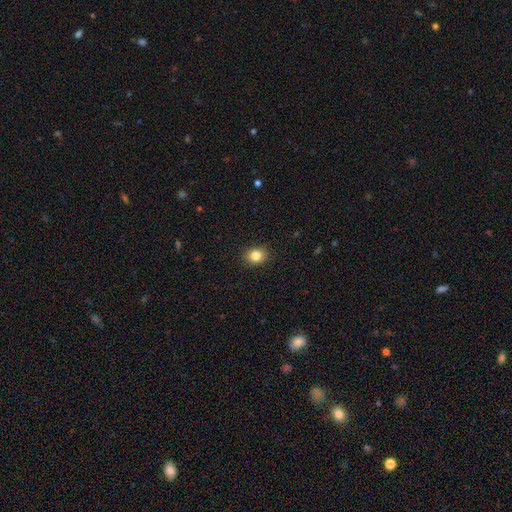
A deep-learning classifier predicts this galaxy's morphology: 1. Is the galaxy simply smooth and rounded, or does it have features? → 84% smooth, 11% star or artifact, 6% featured or disk.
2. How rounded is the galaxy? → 61% round, 38% in between, 1% cigar-shaped.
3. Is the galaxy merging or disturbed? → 90% none, 7% minor disturbance, 2% major disturbance, 1% merger.